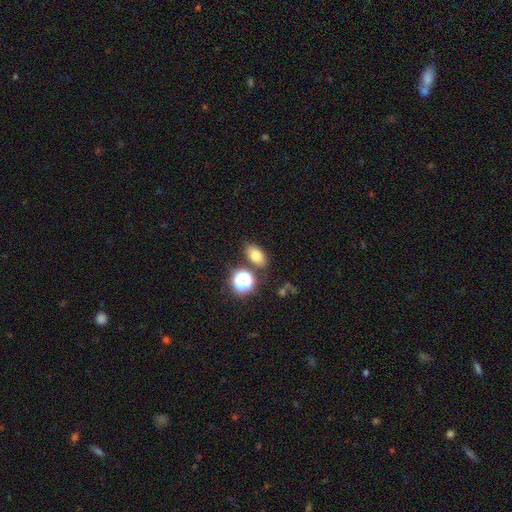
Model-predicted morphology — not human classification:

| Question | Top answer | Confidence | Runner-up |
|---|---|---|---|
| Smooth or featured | smooth | 73% | star or artifact (15%) |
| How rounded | in between | 81% | round (16%) |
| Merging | none | 76% | minor disturbance (12%) |